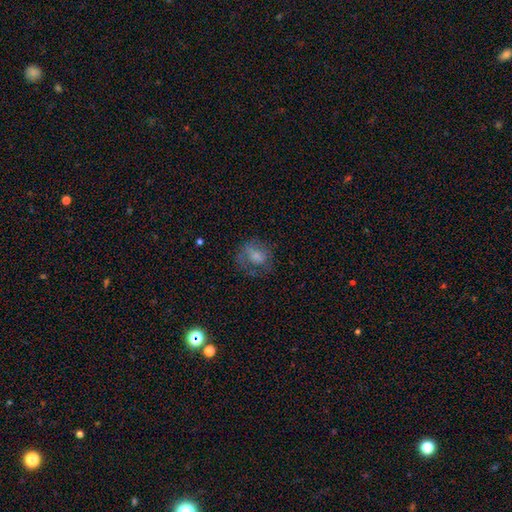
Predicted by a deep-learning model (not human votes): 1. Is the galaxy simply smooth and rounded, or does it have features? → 61% smooth, 28% featured or disk, 11% star or artifact.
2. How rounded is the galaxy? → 64% round, 35% in between, 1% cigar-shaped.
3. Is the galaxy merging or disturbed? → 53% none, 24% major disturbance, 22% minor disturbance, 2% merger.